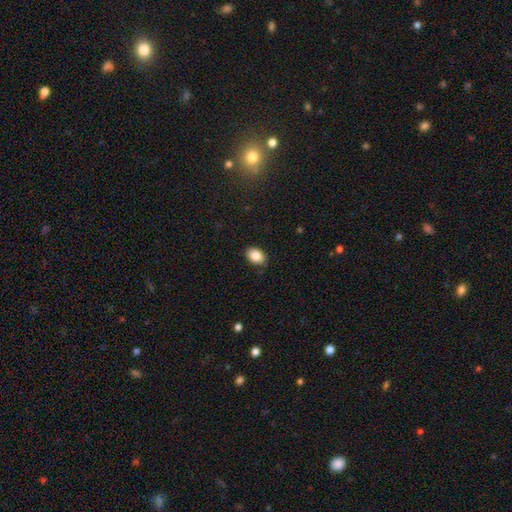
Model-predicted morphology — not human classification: Overall: smooth (86%). How rounded: in between (84%). Merging: none (84%).